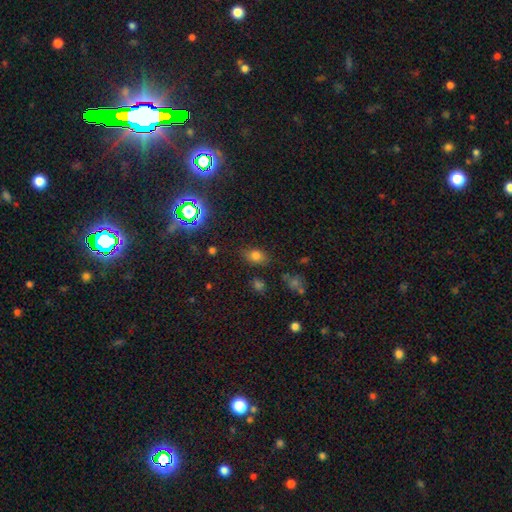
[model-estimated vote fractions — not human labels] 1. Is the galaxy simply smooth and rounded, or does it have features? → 73% smooth, 18% star or artifact, 9% featured or disk.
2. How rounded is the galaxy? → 74% in between, 24% round, 2% cigar-shaped.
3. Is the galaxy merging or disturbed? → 78% none, 15% minor disturbance, 4% major disturbance, 3% merger.